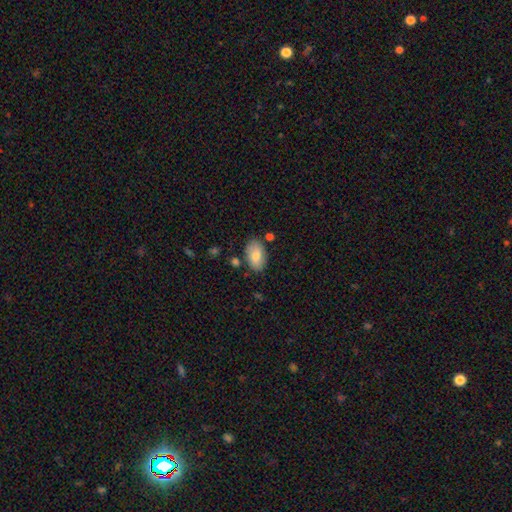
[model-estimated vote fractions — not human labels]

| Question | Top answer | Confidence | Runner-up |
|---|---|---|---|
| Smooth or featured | smooth | 78% | featured or disk (16%) |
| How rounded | in between | 92% | round (6%) |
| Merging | none | 80% | minor disturbance (13%) |